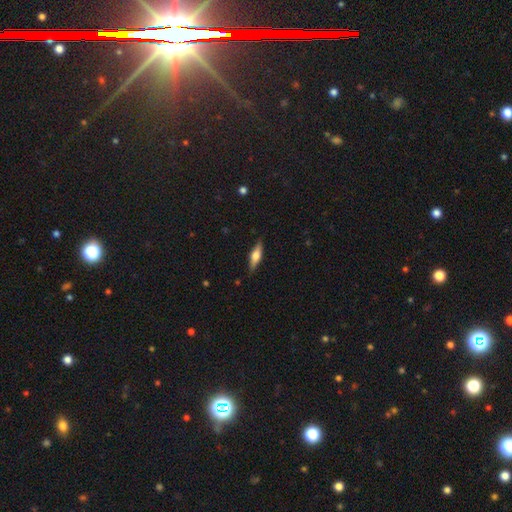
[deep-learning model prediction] Morphology: type=featured or disk (54%); edge-on=yes (95%); edge-on bulge=rounded (90%); merging=none (87%).